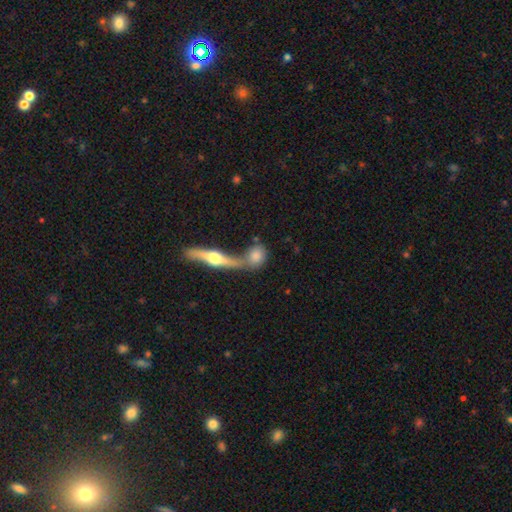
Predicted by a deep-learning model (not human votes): This appears to be a smooth galaxy with no disk features (65%) that is round (50%). Merging: merger (44%).